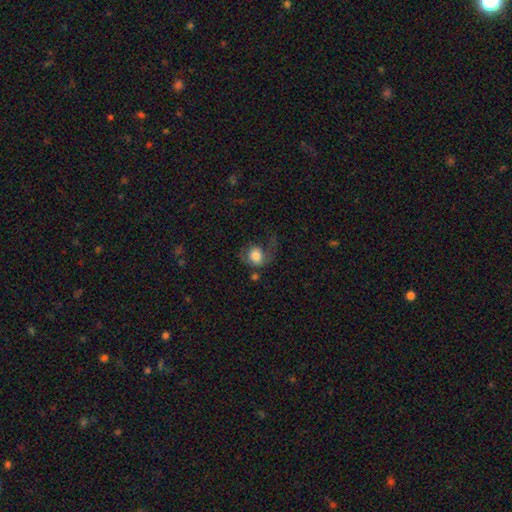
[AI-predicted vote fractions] This is likely a smooth galaxy (73%). How rounded: likely round (70%). Merging: marginally major disturbance (39%).